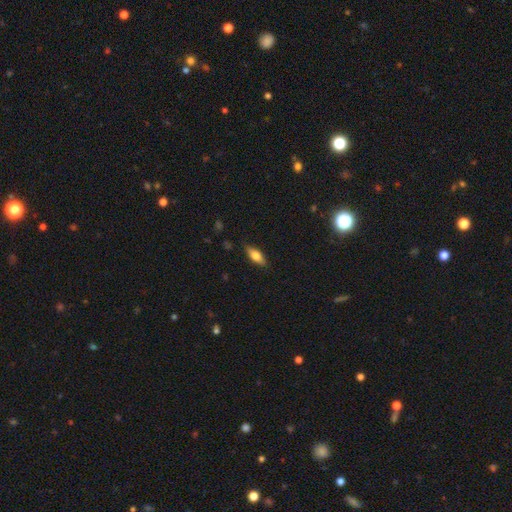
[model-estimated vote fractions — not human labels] Smooth or featured?
  - smooth: 68% *
  - featured or disk: 25%
  - star or artifact: 7%
How rounded?
  - in between: 71% *
  - cigar-shaped: 26%
  - round: 3%
Merging?
  - none: 84% *
  - minor disturbance: 12%
  - major disturbance: 3%
  - merger: 1%